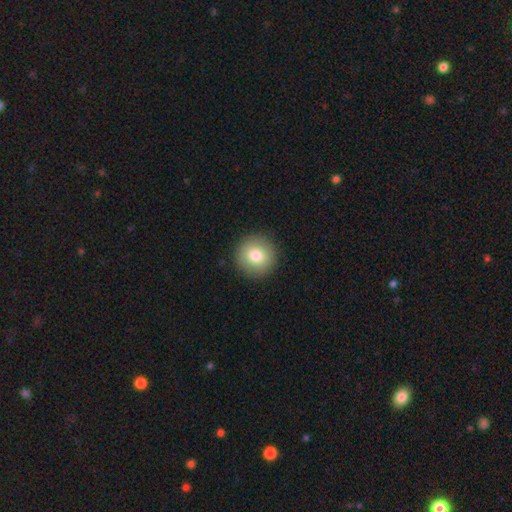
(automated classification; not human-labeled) This appears to be a smooth galaxy with no disk features (80%) that is round (95%). Merging: none (91%).